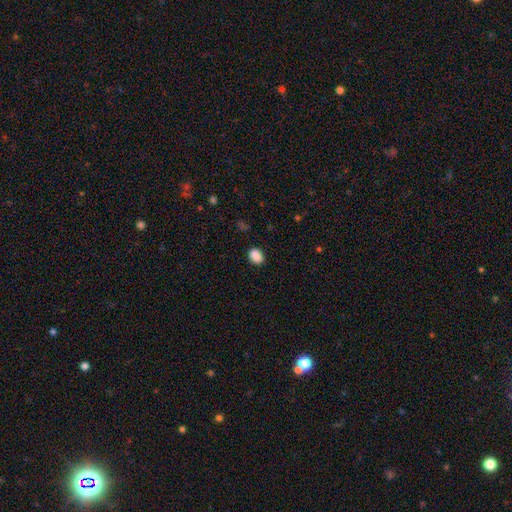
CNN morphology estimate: A smooth galaxy with no disk features (89%) that is in between round and cigar-shaped (72%).

Vote fractions:
- Smooth or featured? smooth: 89% / star or artifact: 9% / featured or disk: 3%
- How rounded? in between: 72% / round: 27% / cigar-shaped: 1%
- Merging? none: 87% / minor disturbance: 10% / major disturbance: 2% / merger: 1%